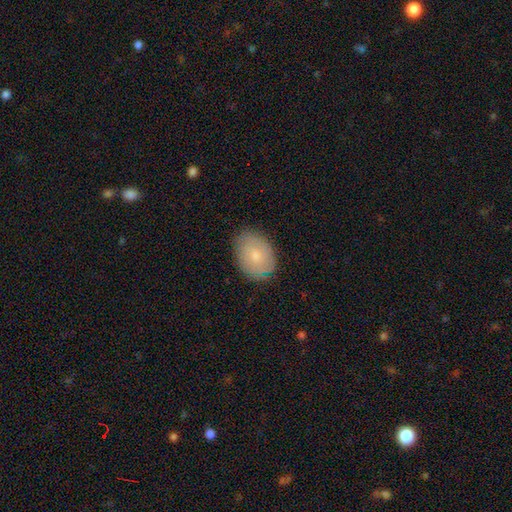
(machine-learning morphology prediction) This appears to be a smooth galaxy with no disk features (71%) that is in between round and cigar-shaped (77%). Merging: none (82%).